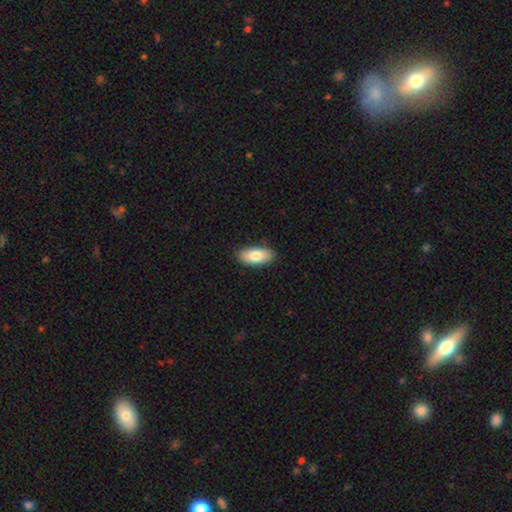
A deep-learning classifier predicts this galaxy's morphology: Overall: smooth (83%). How rounded: in between (89%). Merging: none (87%).